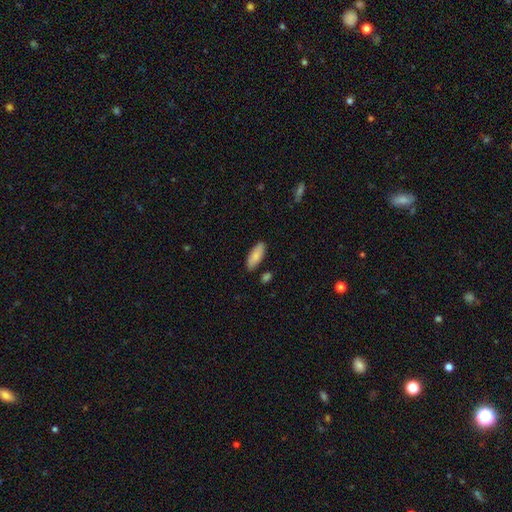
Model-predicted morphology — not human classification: type=smooth (84%); roundness=in between (76%); merging=none (85%).